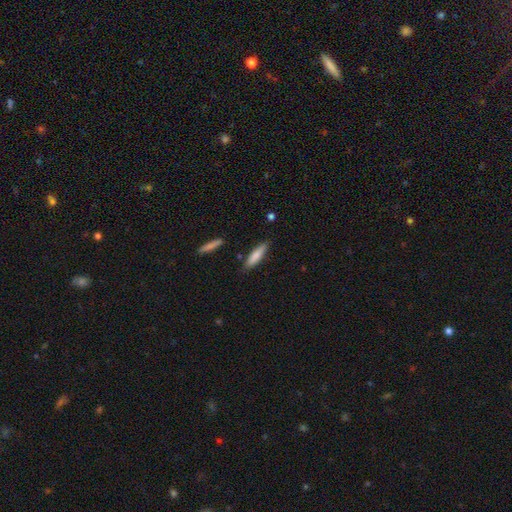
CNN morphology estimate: Overall: smooth (79%). How rounded: cigar-shaped (68%; in between 31%). Merging: none (83%).